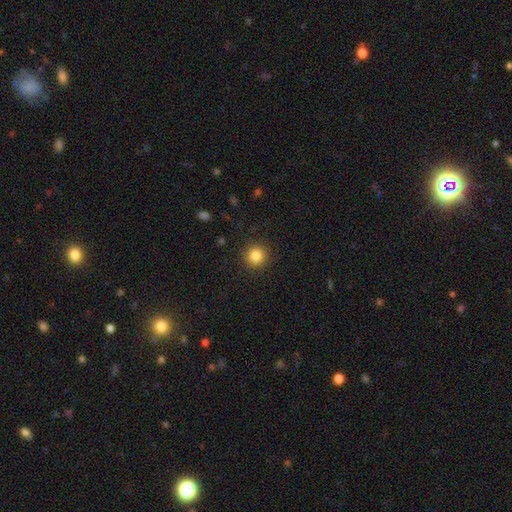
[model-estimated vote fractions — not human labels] This is clearly a smooth galaxy (84%). How rounded: clearly round (94%). Merging: clearly none (91%).